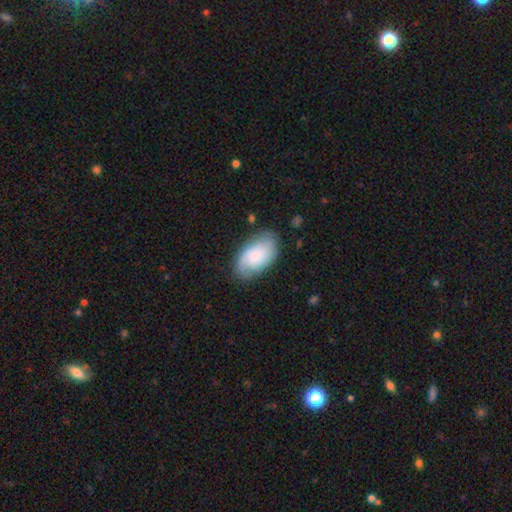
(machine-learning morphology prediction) Smooth or featured? smooth (61%)
How rounded? in between (94%)
Merging? none (73%)